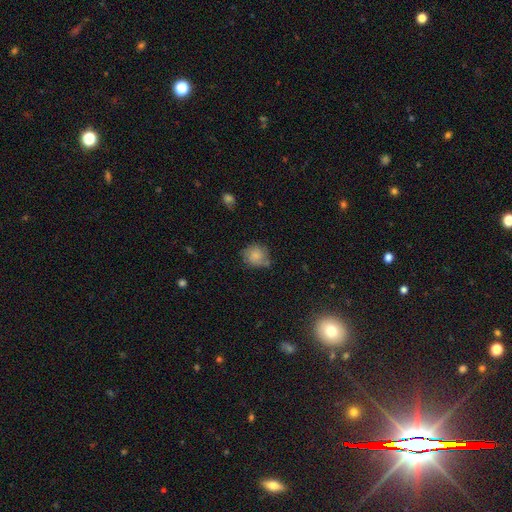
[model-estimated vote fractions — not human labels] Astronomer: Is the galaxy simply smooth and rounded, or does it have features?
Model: smooth — 71%.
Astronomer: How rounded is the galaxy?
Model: round — 78%.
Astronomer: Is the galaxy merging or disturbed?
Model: none — 59%.